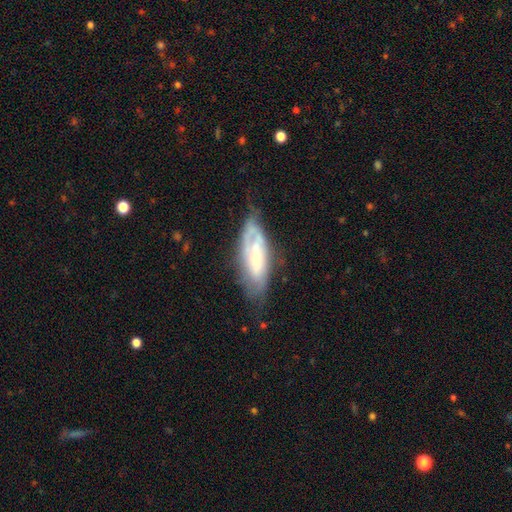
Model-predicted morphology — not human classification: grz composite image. It shows a featured or disk galaxy (57%). Merging: none (52%).